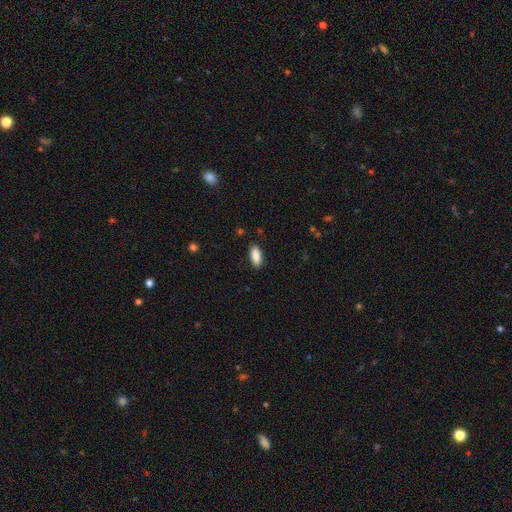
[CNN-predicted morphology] smooth_or_featured: smooth (p=0.89) [alt: star or artifact p=0.07]
how_rounded: in between (p=0.86) [alt: cigar-shaped p=0.12]
merging: none (p=0.88) [alt: minor disturbance p=0.09]